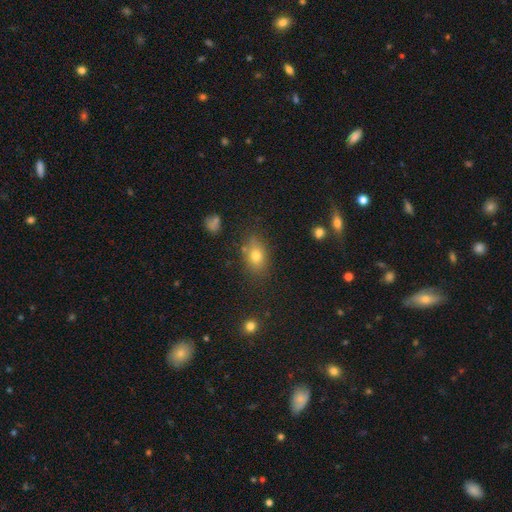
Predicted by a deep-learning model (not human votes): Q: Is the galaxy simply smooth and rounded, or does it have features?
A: smooth — 76%.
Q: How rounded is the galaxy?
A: in between — 74%.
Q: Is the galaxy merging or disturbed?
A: none — 76%.